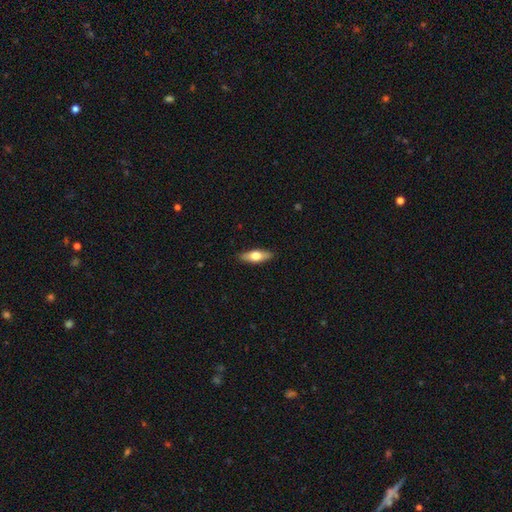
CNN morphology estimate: The model was most divided on "how rounded": in between: 61%, cigar-shaped: 36%, round: 3%. More confident: merging — none (89%); smooth or featured — smooth (60%).